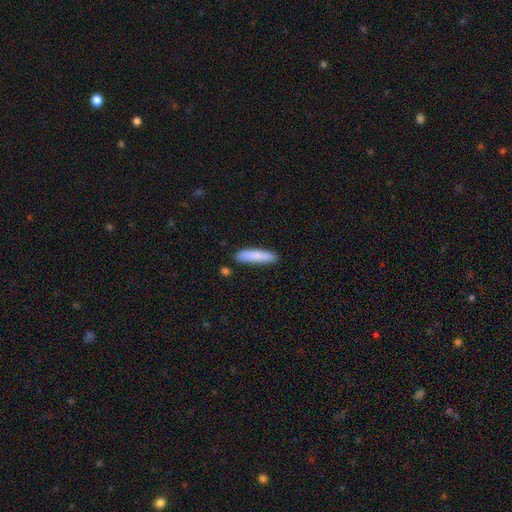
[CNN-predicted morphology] A smooth galaxy with no disk features (83%) that is cigar-shaped (82%). Merging: none (85%).